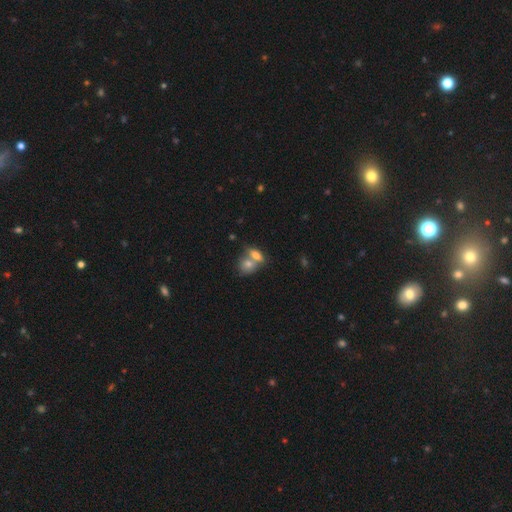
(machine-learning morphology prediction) The model was most divided on "merging": merger: 58%, none: 31%, minor disturbance: 8%, major disturbance: 3%. More confident: how rounded — in between (77%); smooth or featured — smooth (74%).